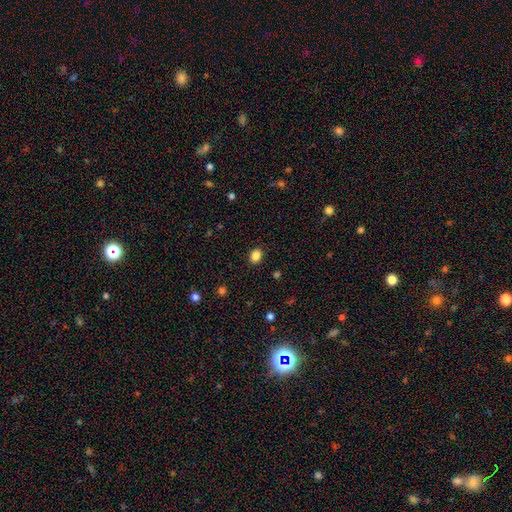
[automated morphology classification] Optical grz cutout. It shows a smooth galaxy with no disk features (86%) that is in between round and cigar-shaped (60%). Merging: none (90%).